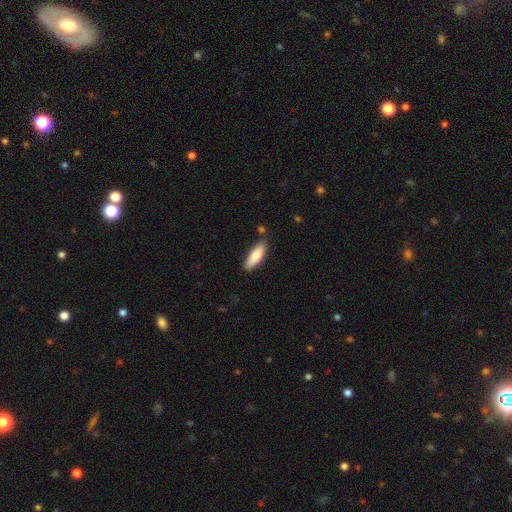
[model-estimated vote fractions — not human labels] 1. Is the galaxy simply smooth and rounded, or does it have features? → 81% smooth, 14% featured or disk, 6% star or artifact.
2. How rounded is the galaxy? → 59% in between, 40% cigar-shaped, 2% round.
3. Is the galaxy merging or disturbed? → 81% none, 13% minor disturbance, 4% merger, 2% major disturbance.